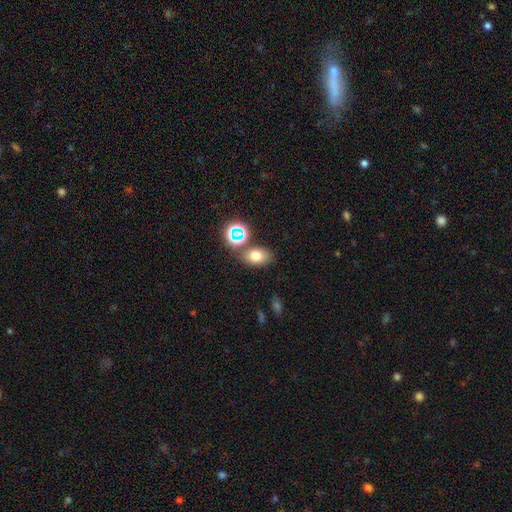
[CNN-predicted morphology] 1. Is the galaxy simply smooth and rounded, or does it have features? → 70% smooth, 17% star or artifact, 12% featured or disk.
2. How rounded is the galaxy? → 79% in between, 20% round, 1% cigar-shaped.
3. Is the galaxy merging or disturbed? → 72% none, 12% merger, 12% minor disturbance, 4% major disturbance.